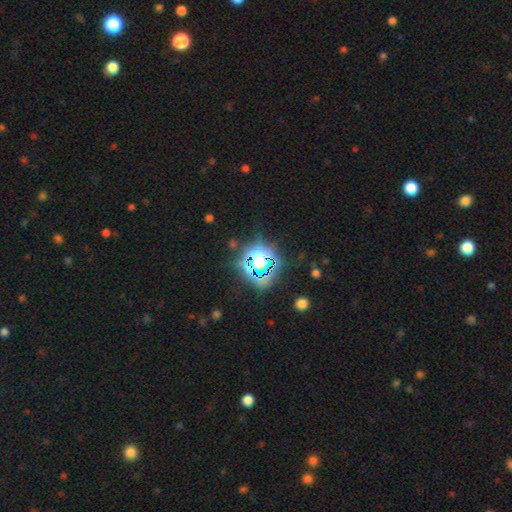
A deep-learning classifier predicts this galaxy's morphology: Smooth or featured?
  - star or artifact: 80% *
  - smooth: 13%
  - featured or disk: 7%